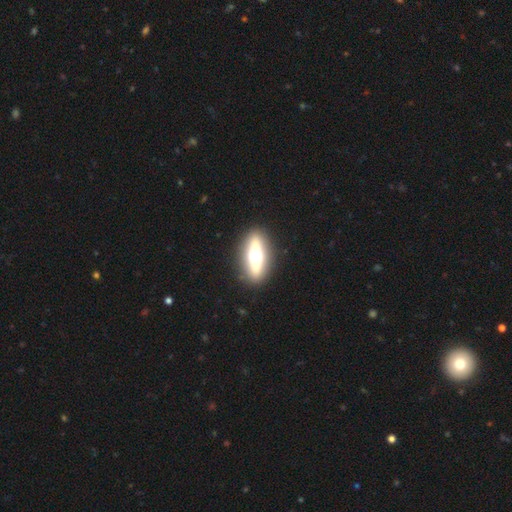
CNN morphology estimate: Smooth or featured?
  - featured or disk: 59% *
  - smooth: 32%
  - star or artifact: 8%
Edge-on disk?
  - yes: 84% *
  - no: 16%
Merging?
  - none: 89% *
  - minor disturbance: 7%
  - major disturbance: 3%
  - merger: 2%